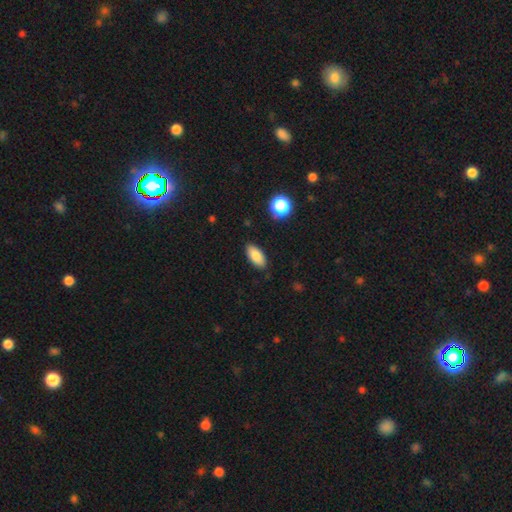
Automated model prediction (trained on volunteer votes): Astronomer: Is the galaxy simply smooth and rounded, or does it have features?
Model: smooth — 84%.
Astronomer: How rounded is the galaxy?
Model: in between — 90%.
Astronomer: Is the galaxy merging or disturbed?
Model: none — 86%.